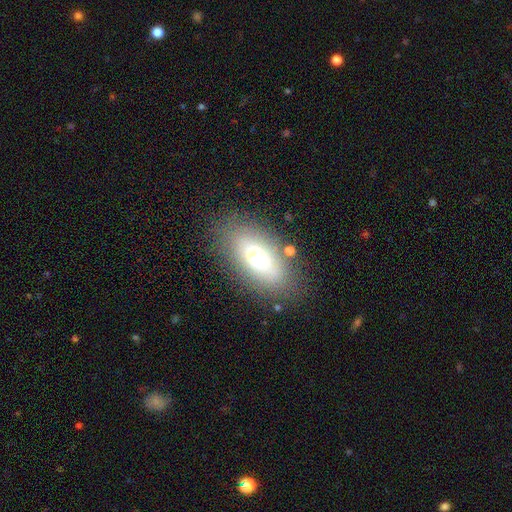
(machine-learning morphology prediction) A smooth galaxy with no disk features (60%) that is in between round and cigar-shaped (82%). Merging: none (77%).